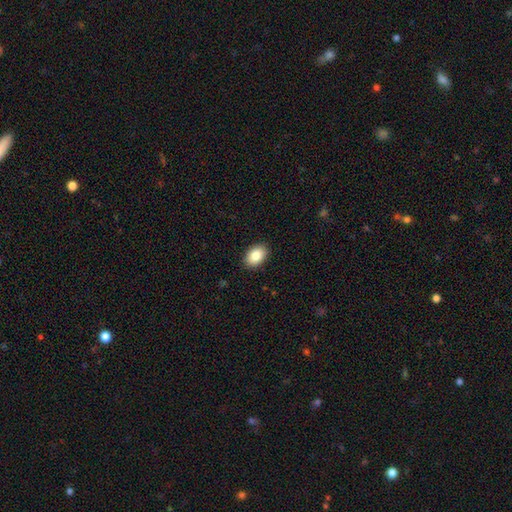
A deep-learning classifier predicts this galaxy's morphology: The model was most divided on "how rounded": in between: 85%, round: 14%, cigar-shaped: 1%. More confident: merging — none (90%); smooth or featured — smooth (85%).